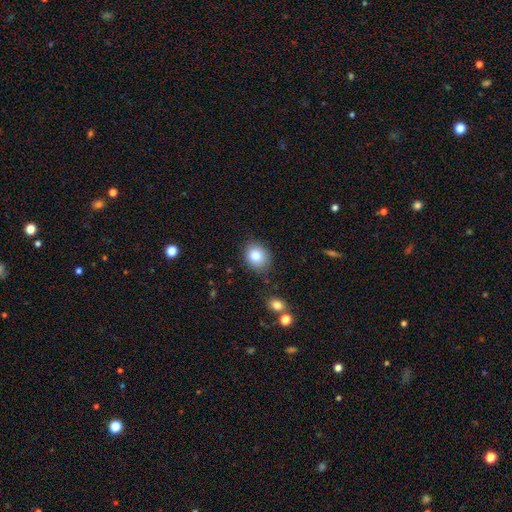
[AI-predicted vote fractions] A smooth galaxy with no disk features (82%) that is round (59%). Merging: none (83%).